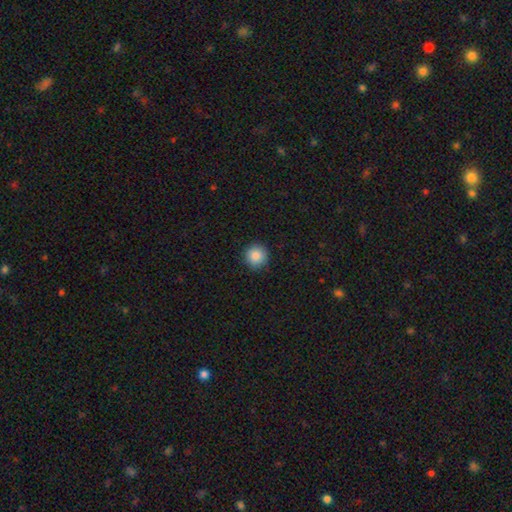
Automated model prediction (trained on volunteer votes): Morphology: type=smooth (87%); roundness=round (94%); merging=none (89%).